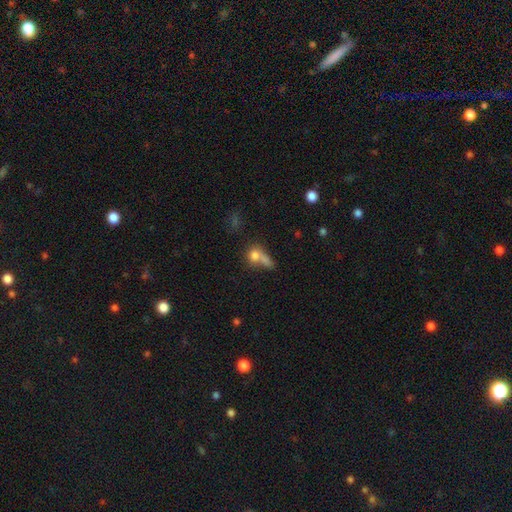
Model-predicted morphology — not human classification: A smooth galaxy with no disk features (75%) that is round (57%).

Vote fractions:
- Smooth or featured? smooth: 75% / featured or disk: 14% / star or artifact: 11%
- How rounded? round: 57% / in between: 36% / cigar-shaped: 6%
- Merging? merger: 46% / none: 31% / major disturbance: 12% / minor disturbance: 11%